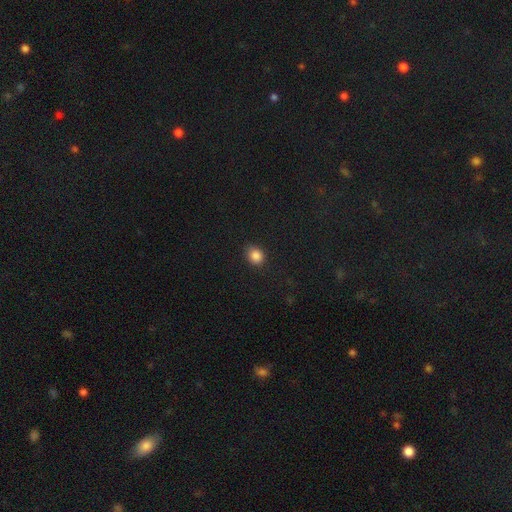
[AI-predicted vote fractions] Overall: smooth (86%). How rounded: round (58%; in between 41%). Merging: none (82%).